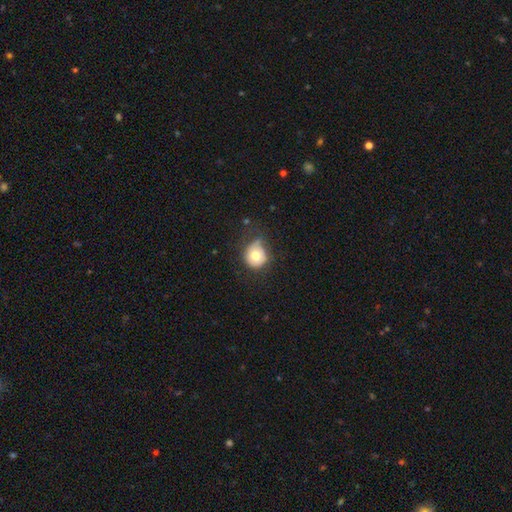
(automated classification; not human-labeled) smooth 73%, featured or disk 17%, star or artifact 10%. Down the decision tree: how rounded — round (85%); merging — none (50%).